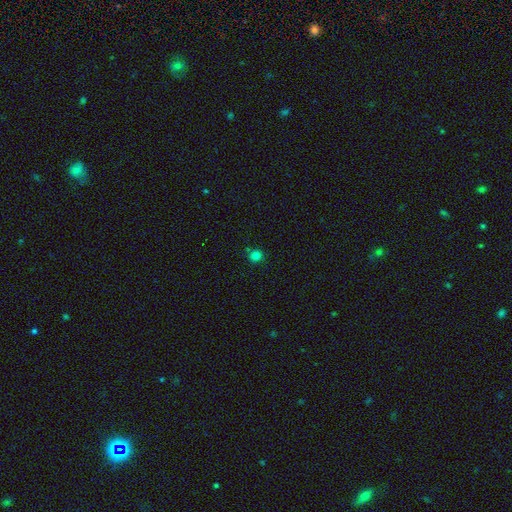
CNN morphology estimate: Smooth or featured? Predicted: smooth (p=0.80). How rounded? Predicted: round (p=0.91). Merging? Predicted: none (p=0.81).